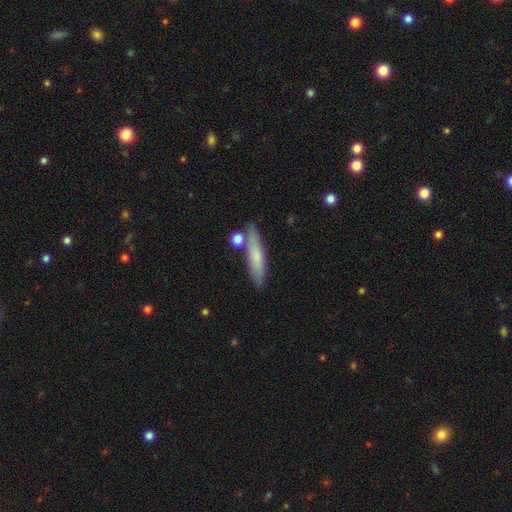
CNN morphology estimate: smooth 73%, featured or disk 21%, star or artifact 6%. Down the decision tree: how rounded — cigar-shaped (83%); merging — none (79%).